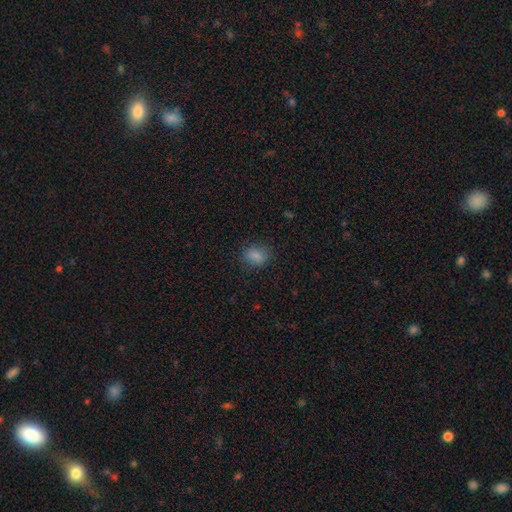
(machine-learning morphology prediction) Q: Smooth or featured?
A: smooth (83%); runner-up: star or artifact (11%)
Q: How rounded?
A: in between (59%); runner-up: round (40%)
Q: Merging?
A: none (81%); runner-up: minor disturbance (14%)